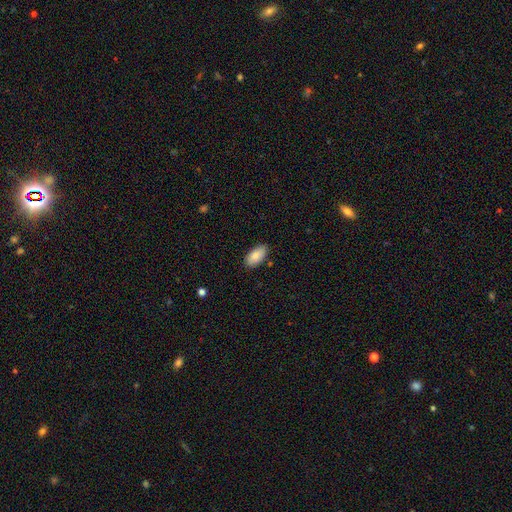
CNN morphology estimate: This is clearly a smooth galaxy (86%). How rounded: clearly in between (94%). Merging: clearly none (84%).